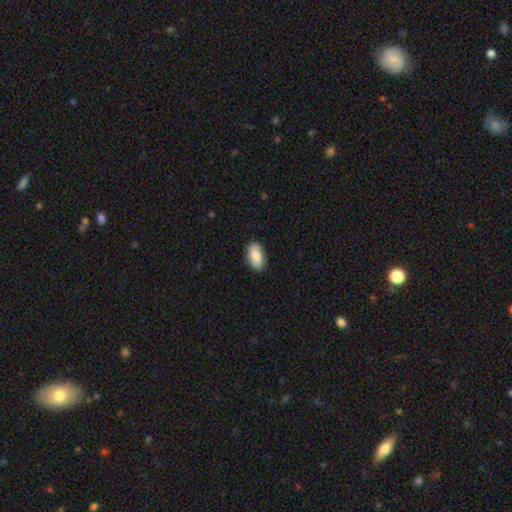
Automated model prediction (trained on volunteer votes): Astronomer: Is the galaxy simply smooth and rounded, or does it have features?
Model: smooth — 82%.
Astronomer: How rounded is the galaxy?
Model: in between — 94%.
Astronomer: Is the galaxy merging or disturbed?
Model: none — 87%.